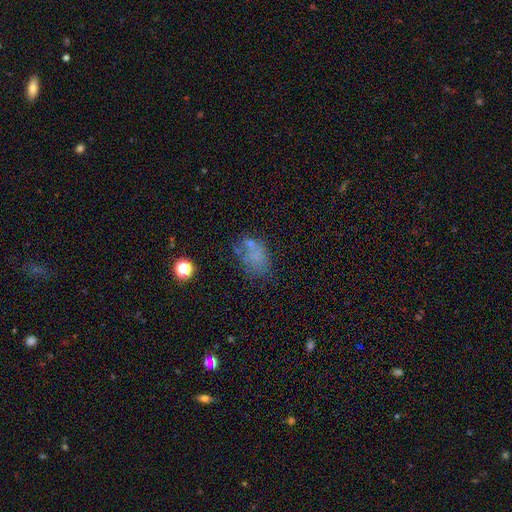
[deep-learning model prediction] smooth_or_featured: smooth (p=0.55) [alt: featured or disk p=0.27]
how_rounded: in between (p=0.79) [alt: round p=0.19]
merging: none (p=0.44) [alt: minor disturbance p=0.23]